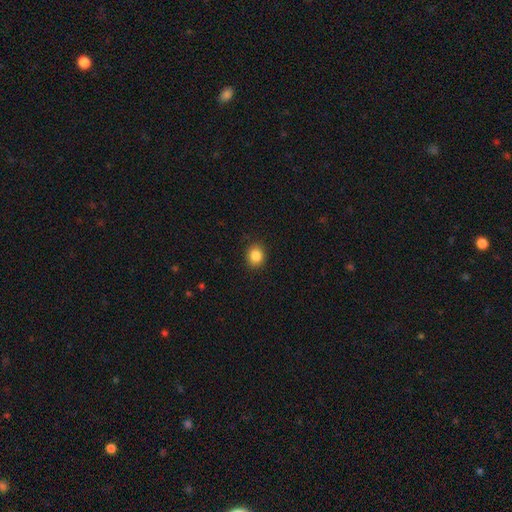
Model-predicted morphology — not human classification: smooth_or_featured: smooth (p=0.86) [alt: star or artifact p=0.10]
how_rounded: round (p=0.72) [alt: in between p=0.27]
merging: none (p=0.90) [alt: minor disturbance p=0.07]